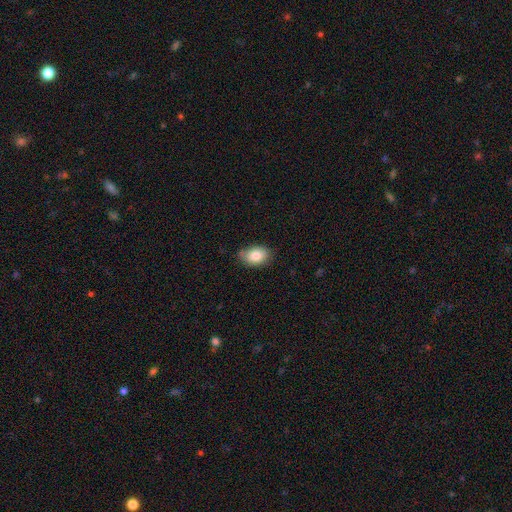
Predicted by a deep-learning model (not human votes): Smooth or featured? smooth (83%)
How rounded? in between (81%)
Merging? none (75%)